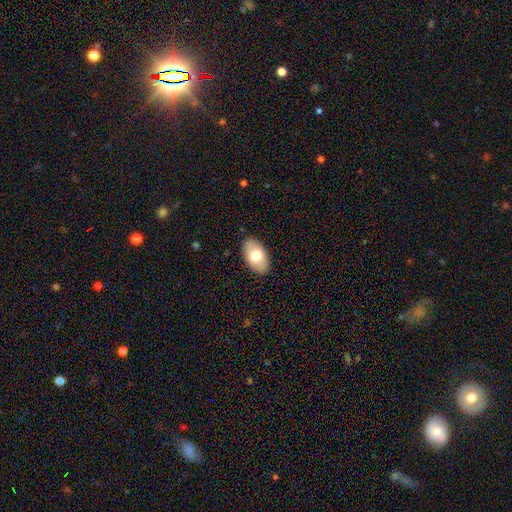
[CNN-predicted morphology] Smooth or featured: smooth — 72% (featured or disk — 22%)
How rounded: in between — 94% (round — 5%)
Merging: none — 88% (minor disturbance — 9%)